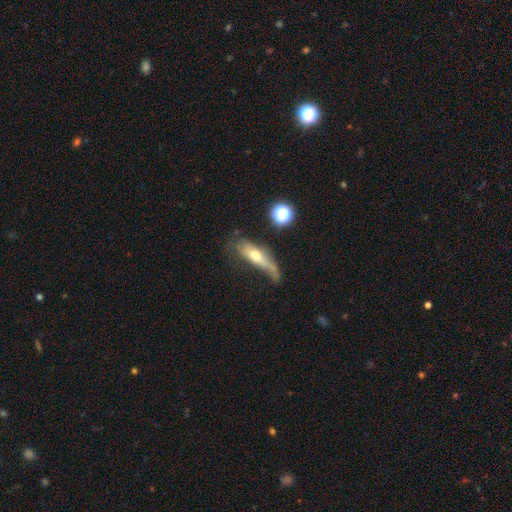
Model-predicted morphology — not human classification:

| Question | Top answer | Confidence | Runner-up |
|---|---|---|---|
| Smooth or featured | smooth | 51% | featured or disk (40%) |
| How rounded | cigar-shaped | 52% | in between (44%) |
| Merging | none | 32% | tied: major disturbance (32%) |